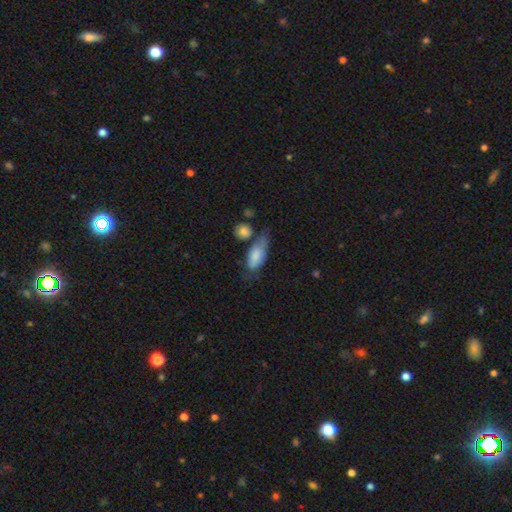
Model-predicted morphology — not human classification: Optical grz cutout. It shows a smooth galaxy with no disk features (76%) that is in between round and cigar-shaped (85%). Merging: none (38%).